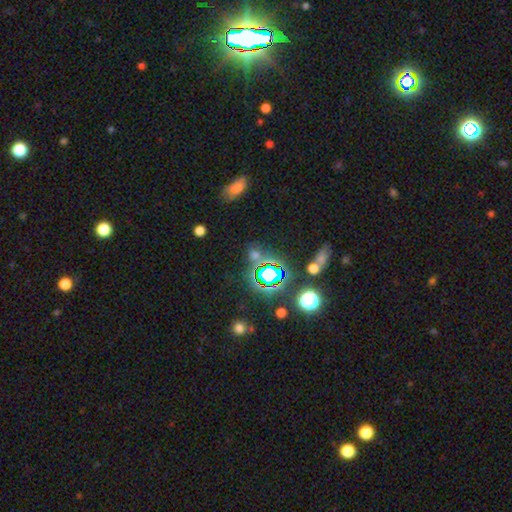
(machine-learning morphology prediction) A star or artifact, not a galaxy (61%).